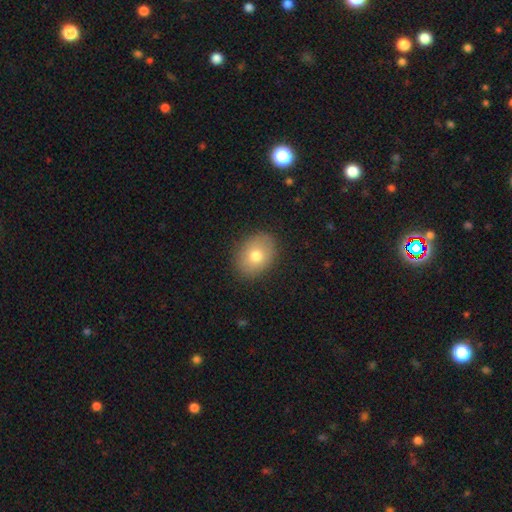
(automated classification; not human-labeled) Morphology: type=smooth (76%); roundness=in between (64%); merging=none (87%).